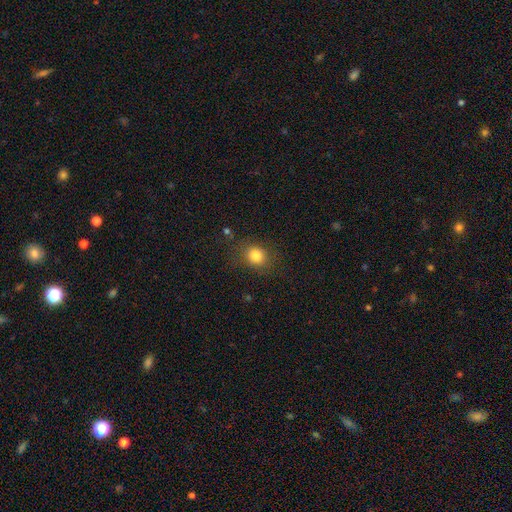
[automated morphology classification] This appears to be a smooth galaxy with no disk features (82%) that is round (64%). Merging: none (80%).